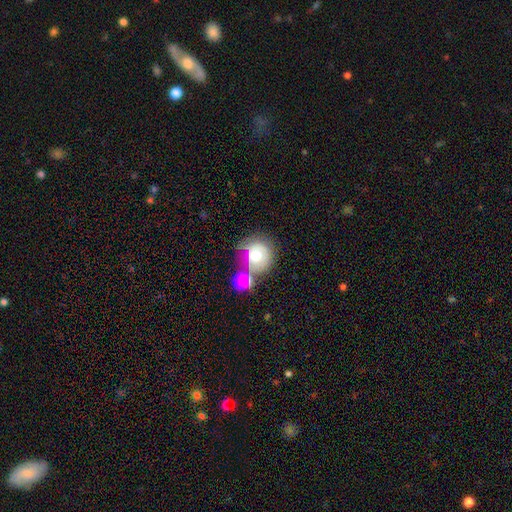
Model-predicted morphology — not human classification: Smooth or featured? Predicted: smooth (p=0.65). How rounded? Predicted: round (p=0.81). Merging? Predicted: none (p=0.37).